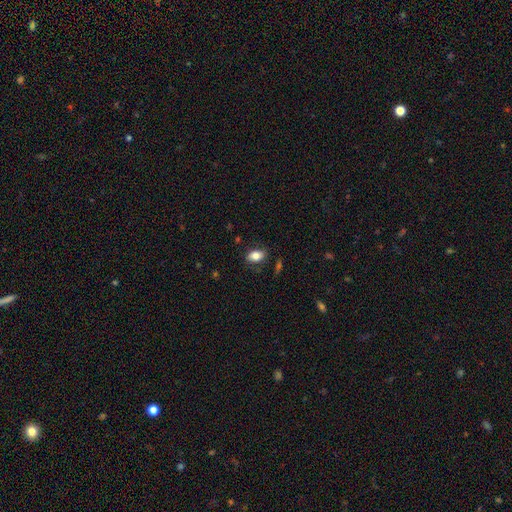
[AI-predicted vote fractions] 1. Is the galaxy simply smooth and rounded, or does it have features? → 80% smooth, 12% featured or disk, 8% star or artifact.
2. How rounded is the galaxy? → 85% in between, 13% round, 2% cigar-shaped.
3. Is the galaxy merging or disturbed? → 79% none, 15% minor disturbance, 4% major disturbance, 2% merger.